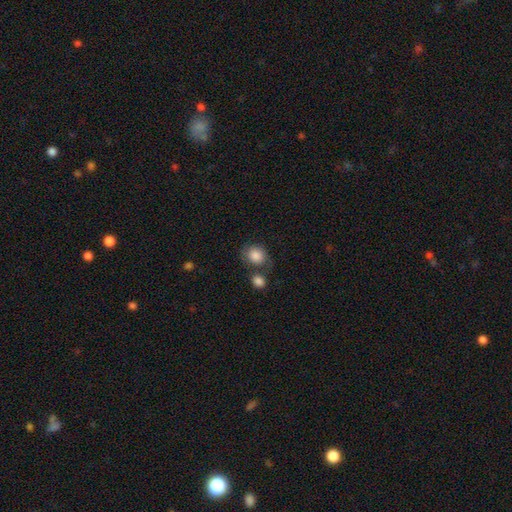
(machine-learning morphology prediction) type=smooth (84%); roundness=round (64%); merging=none (54%).